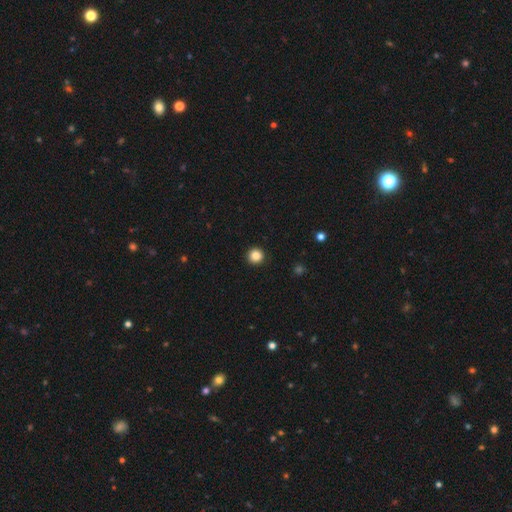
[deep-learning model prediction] smooth-or-featured: smooth: 86% | star or artifact: 11% | featured or disk: 4%
  how-rounded: round: 95% | in between: 4% | cigar-shaped: 1%
  merging: none: 93% | minor disturbance: 4% | major disturbance: 1% | merger: 1%